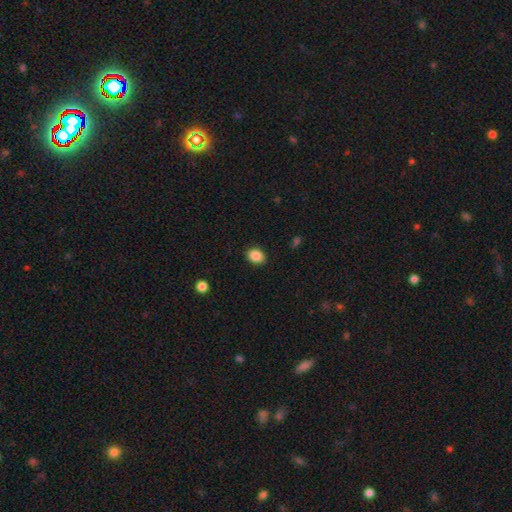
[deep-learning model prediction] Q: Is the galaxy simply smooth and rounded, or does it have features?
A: smooth — 88%.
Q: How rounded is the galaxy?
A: in between — 68%.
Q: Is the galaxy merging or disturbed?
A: none — 89%.